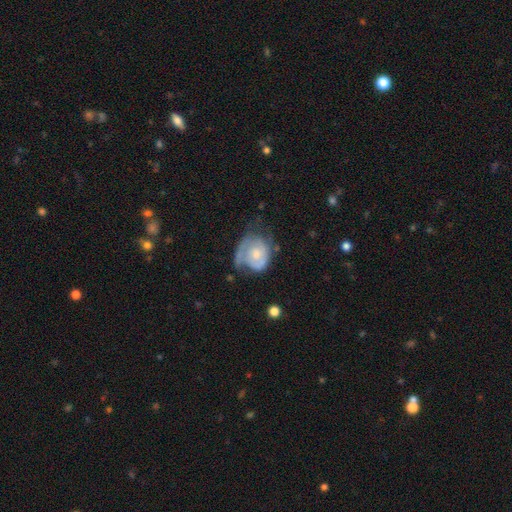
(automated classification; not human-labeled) A featured or disk galaxy (68%) with no bar (77%), 1 (40%) tight (55%) spiral arms (82%) and a moderate central bulge (47%). Merging: none (41%).